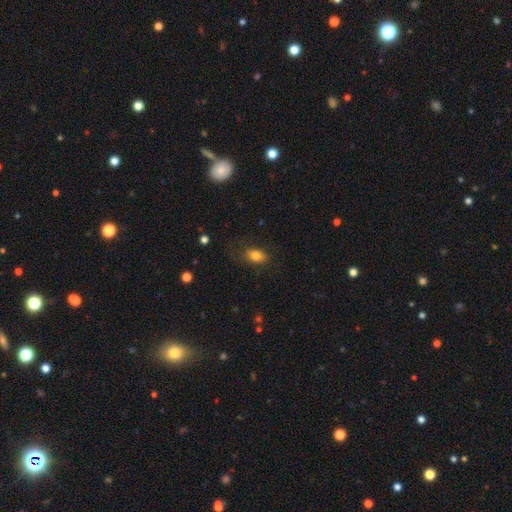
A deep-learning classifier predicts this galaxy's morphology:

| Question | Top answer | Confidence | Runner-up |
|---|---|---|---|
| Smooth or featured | smooth | 82% | star or artifact (10%) |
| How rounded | in between | 80% | round (18%) |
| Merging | none | 78% | minor disturbance (15%) |